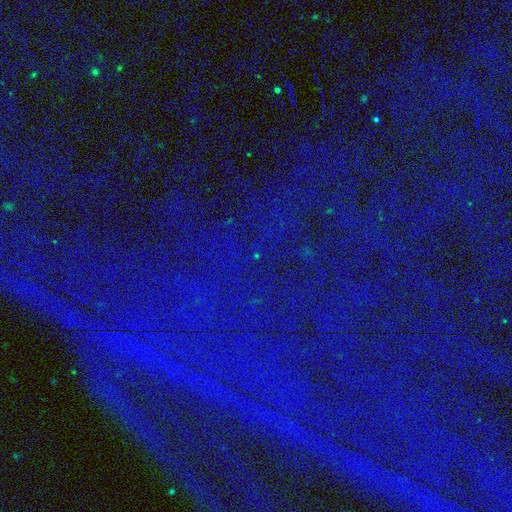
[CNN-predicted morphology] smooth_or_featured: star or artifact (p=0.86) [alt: featured or disk p=0.07]